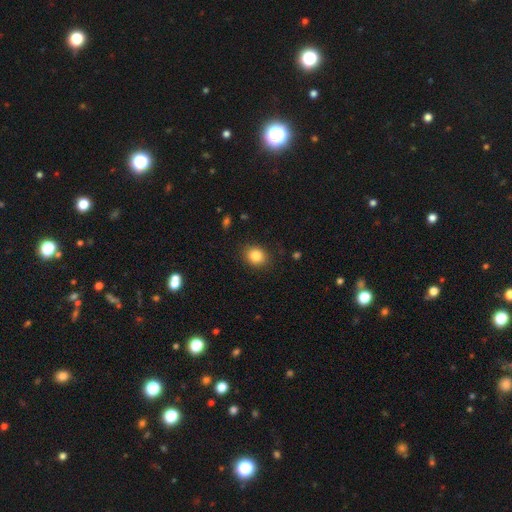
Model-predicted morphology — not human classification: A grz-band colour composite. It shows a smooth galaxy with no disk features (84%) that is round (60%). Merging: none (88%).